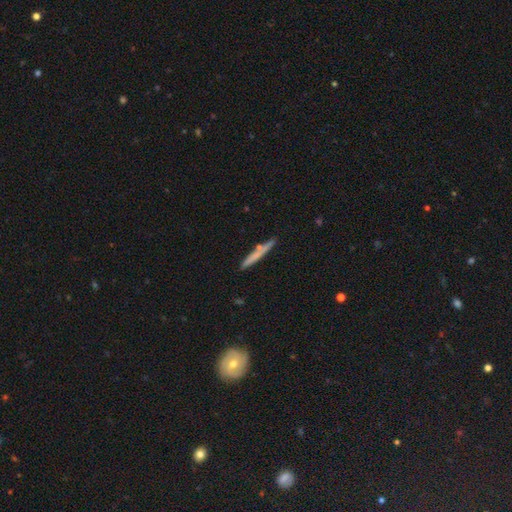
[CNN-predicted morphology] The model was most divided on "smooth or featured": smooth: 61%, featured or disk: 33%, star or artifact: 7%. More confident: how rounded — cigar-shaped (96%); merging — none (82%).